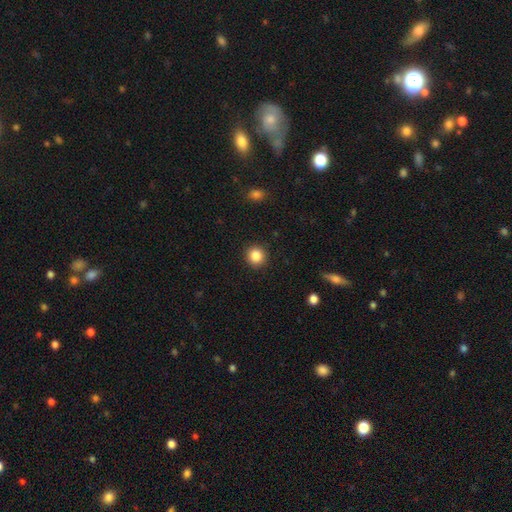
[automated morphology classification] smooth_or_featured: smooth (p=0.86) [alt: star or artifact p=0.10]
how_rounded: round (p=0.91) [alt: in between p=0.08]
merging: none (p=0.91) [alt: minor disturbance p=0.06]